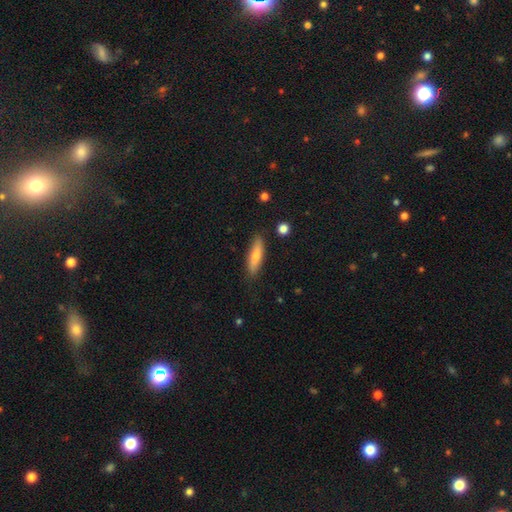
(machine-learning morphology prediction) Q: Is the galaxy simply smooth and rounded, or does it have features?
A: smooth — 73%.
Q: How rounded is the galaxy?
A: cigar-shaped — 71%.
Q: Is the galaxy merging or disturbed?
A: none — 84%.